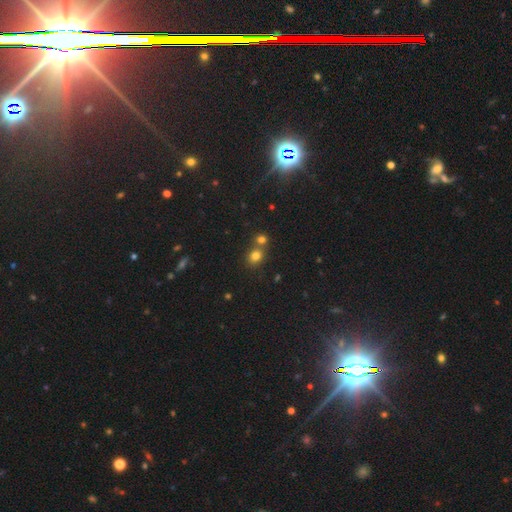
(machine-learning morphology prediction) The model was most divided on "merging": none: 54%, merger: 35%, minor disturbance: 8%, major disturbance: 3%. More confident: smooth or featured — smooth (76%); how rounded — round (66%).